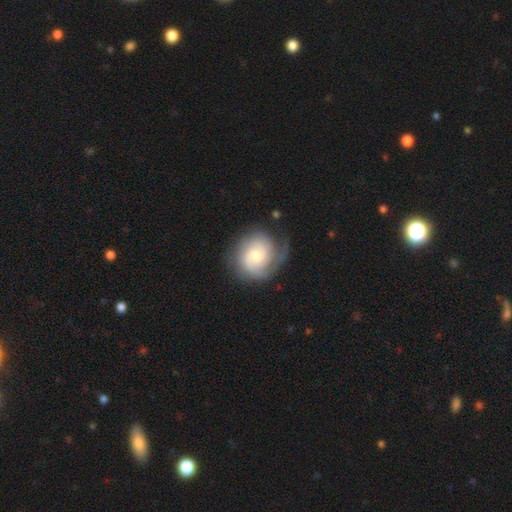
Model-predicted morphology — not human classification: Smooth or featured: featured or disk — 69% (smooth — 25%)
Edge-on disk: no — 98% (yes — 2%)
Bar: no — 68% (weak — 29%)
Spiral arms: yes — 93% (no — 7%)
Spiral winding: tight — 51% (medium — 35%)
Spiral arm count: 2 — 39% (can't tell — 27%)
Bulge size: moderate — 48% (small — 40%)
Merging: none — 63% (minor disturbance — 22%)